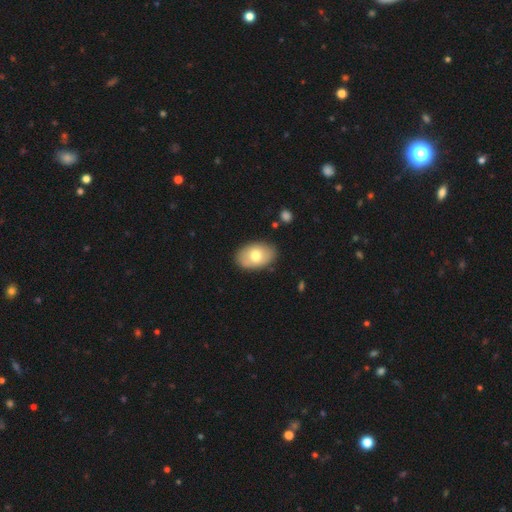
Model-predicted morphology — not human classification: smooth-or-featured: smooth: 72% | featured or disk: 22% | star or artifact: 6%
  how-rounded: in between: 89% | round: 10% | cigar-shaped: 1%
  merging: none: 85% | minor disturbance: 11% | major disturbance: 2% | merger: 2%